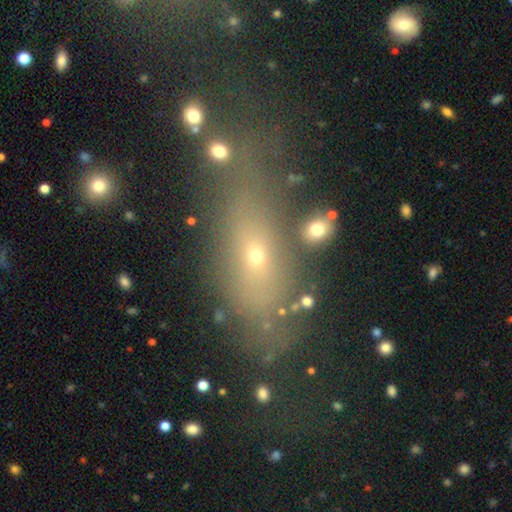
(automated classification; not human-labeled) Smooth or featured? Predicted: star or artifact (p=0.39).